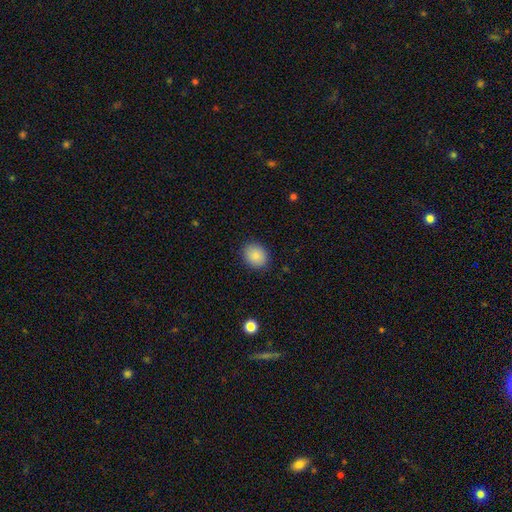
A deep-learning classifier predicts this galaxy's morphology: Smooth or featured? Predicted: smooth (p=0.87). How rounded? Predicted: round (p=0.59). Merging? Predicted: none (p=0.88).